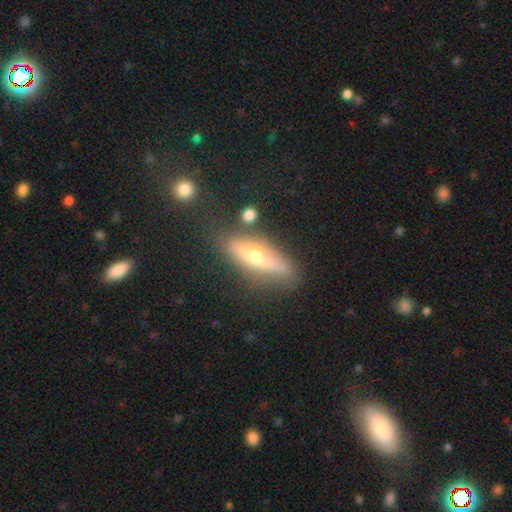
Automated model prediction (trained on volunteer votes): This is possibly a featured or disk galaxy (56%). It is clearly viewed edge-on (83%). Merging: likely none (76%).